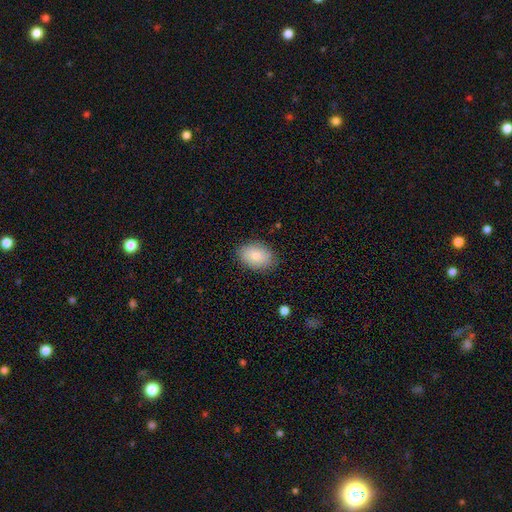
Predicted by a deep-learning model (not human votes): The model was most divided on "how rounded": in between: 82%, round: 17%, cigar-shaped: 1%. More confident: merging — none (85%); smooth or featured — smooth (80%).